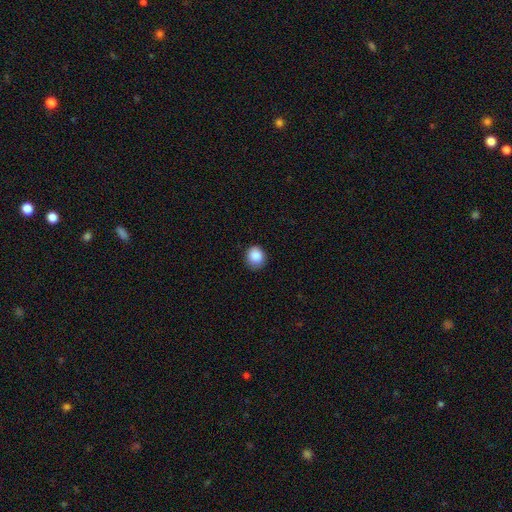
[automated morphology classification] type=smooth (88%); roundness=round (80%); merging=none (82%).